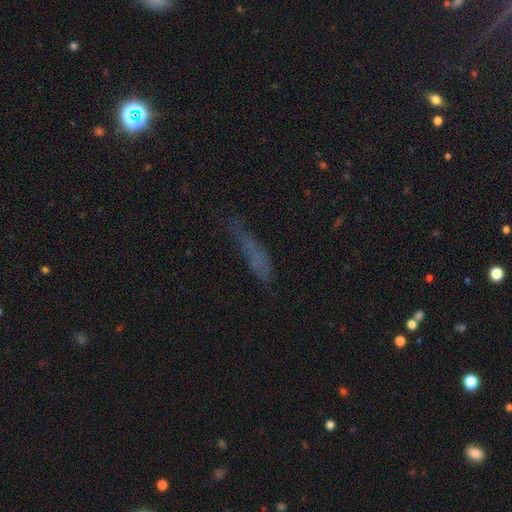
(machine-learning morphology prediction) A smooth galaxy with no disk features (54%) that is cigar-shaped (77%).

Vote fractions:
- Smooth or featured? smooth: 54% / featured or disk: 24% / star or artifact: 22%
- How rounded? cigar-shaped: 77% / in between: 19% / round: 4%
- Merging? none: 56% / minor disturbance: 25% / major disturbance: 15% / merger: 4%